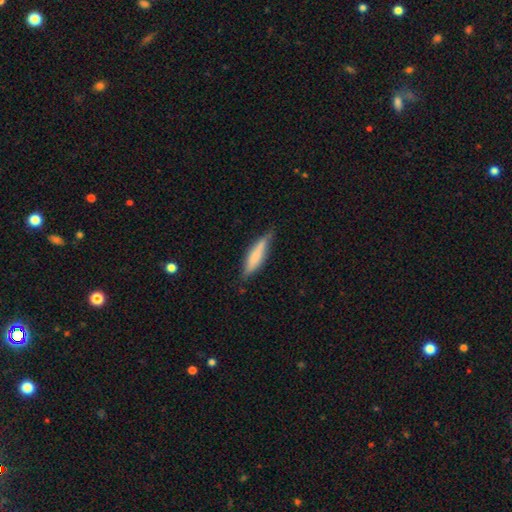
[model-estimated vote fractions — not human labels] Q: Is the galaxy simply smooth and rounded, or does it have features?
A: smooth — 63%.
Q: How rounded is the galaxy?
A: cigar-shaped — 78%.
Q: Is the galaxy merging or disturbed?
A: none — 73%.